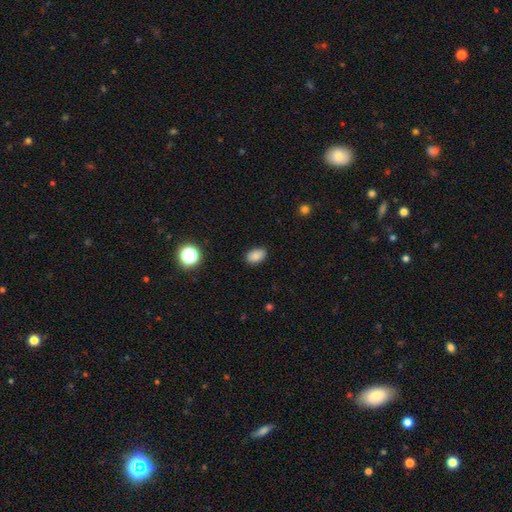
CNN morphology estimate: Smooth or featured? smooth (86%)
How rounded? in between (88%)
Merging? none (85%)